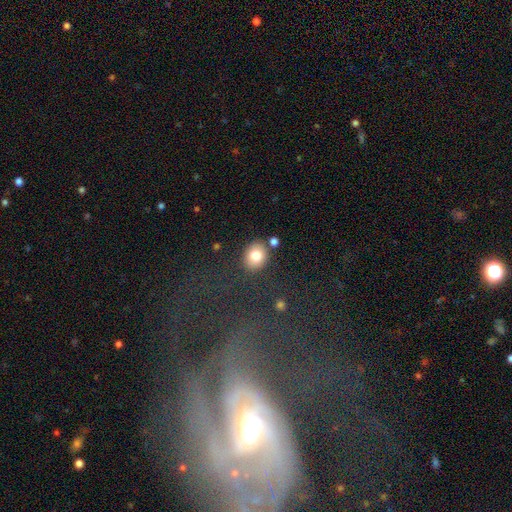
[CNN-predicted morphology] The model was most divided on "how rounded": round: 61%, in between: 39%, cigar-shaped: 1%. More confident: merging — none (82%); smooth or featured — smooth (80%).